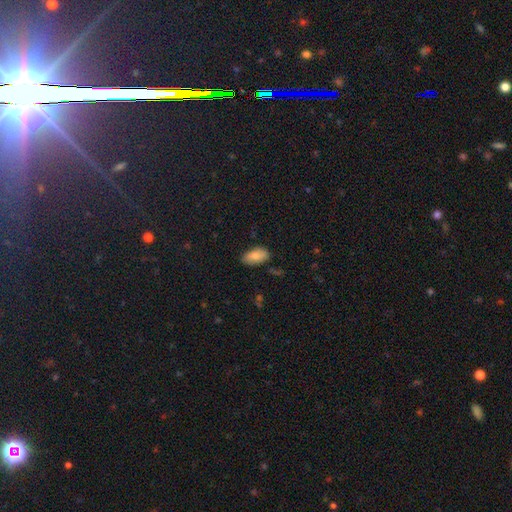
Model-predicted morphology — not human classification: smooth-or-featured: smooth: 80% | featured or disk: 13% | star or artifact: 7%
  how-rounded: in between: 94% | round: 3% | cigar-shaped: 3%
  merging: none: 82% | minor disturbance: 14% | major disturbance: 3% | merger: 2%